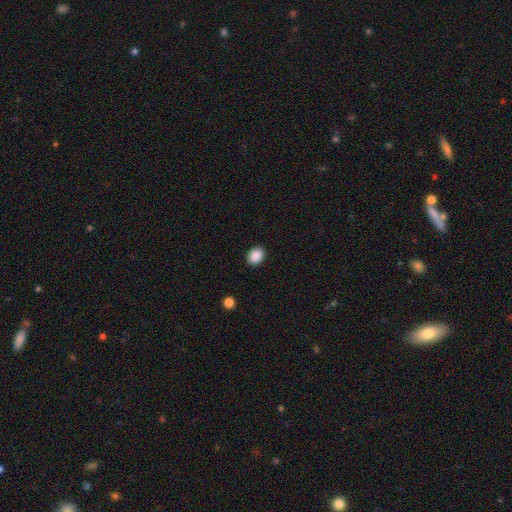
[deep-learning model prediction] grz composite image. It shows a smooth galaxy with no disk features (89%) that is in between round and cigar-shaped (62%). Merging: none (90%).